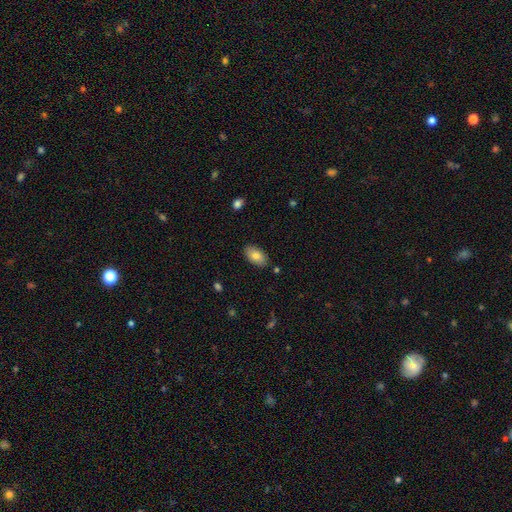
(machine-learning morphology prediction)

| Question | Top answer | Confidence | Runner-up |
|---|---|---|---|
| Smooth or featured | smooth | 79% | featured or disk (14%) |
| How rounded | in between | 94% | round (4%) |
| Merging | none | 86% | minor disturbance (10%) |